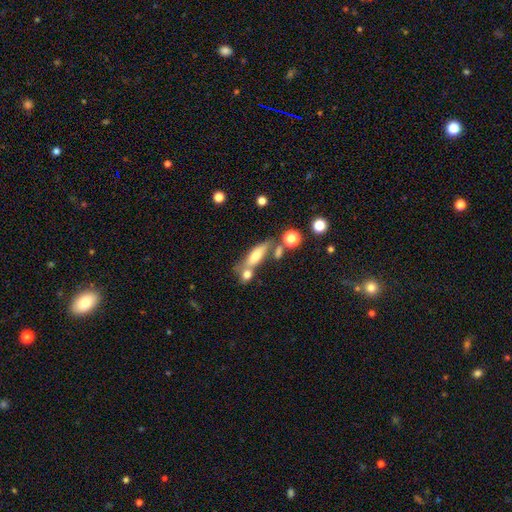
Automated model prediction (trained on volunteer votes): This is possibly a smooth galaxy (59%). How rounded: possibly in between (48%). Merging: possibly none (51%).